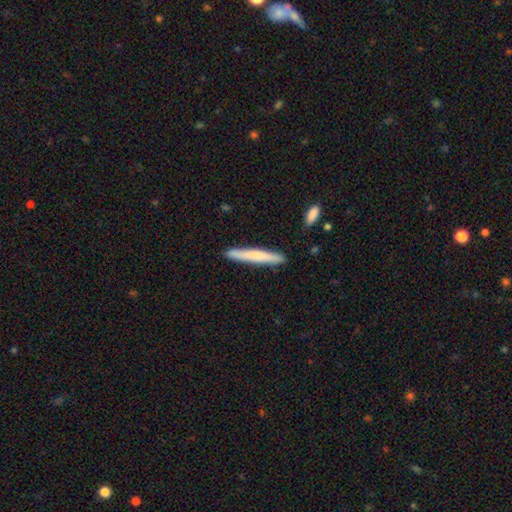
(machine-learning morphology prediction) smooth-or-featured: smooth: 68% | featured or disk: 27% | star or artifact: 5%
  how-rounded: cigar-shaped: 96% | in between: 3% | round: 1%
  merging: none: 89% | minor disturbance: 8% | merger: 2% | major disturbance: 1%